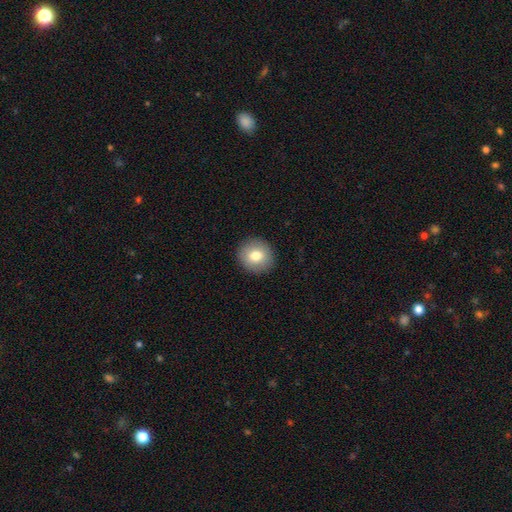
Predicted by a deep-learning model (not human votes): smooth-or-featured: smooth: 78% | featured or disk: 13% | star or artifact: 8%
  how-rounded: round: 84% | in between: 15% | cigar-shaped: 1%
  merging: none: 91% | minor disturbance: 6% | major disturbance: 2% | merger: 1%